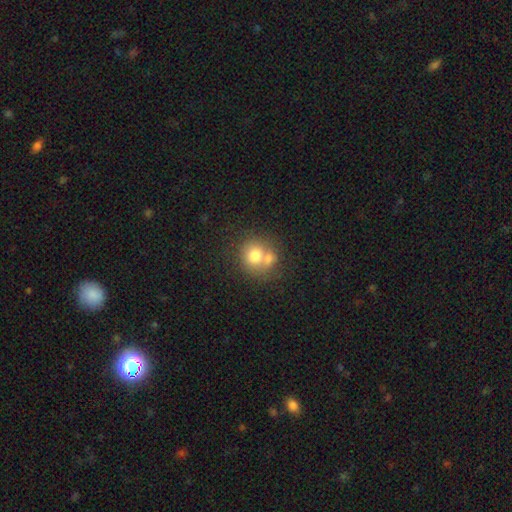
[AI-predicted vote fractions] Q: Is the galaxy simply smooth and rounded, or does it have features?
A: smooth — 73%.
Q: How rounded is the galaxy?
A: round — 78%.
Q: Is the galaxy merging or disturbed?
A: merger — 46%.